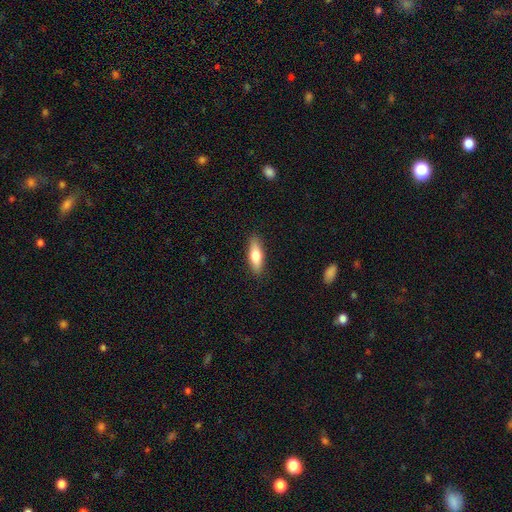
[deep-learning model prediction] This appears to be a smooth galaxy with no disk features (70%) that is in between round and cigar-shaped (52%). Merging: none (88%).